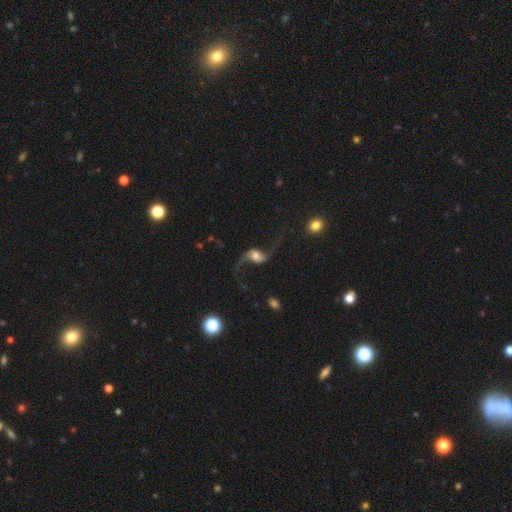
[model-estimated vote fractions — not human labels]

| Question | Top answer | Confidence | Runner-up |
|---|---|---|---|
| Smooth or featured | featured or disk | 85% | smooth (8%) |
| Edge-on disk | no | 95% | yes (5%) |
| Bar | no | 49% | weak (35%) |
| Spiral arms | yes | 96% | no (4%) |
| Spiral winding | loose | 93% | medium (6%) |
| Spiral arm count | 2 | 94% | 1 (2%) |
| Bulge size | moderate | 43% | large (27%) |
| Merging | none | 70% | major disturbance (14%) |